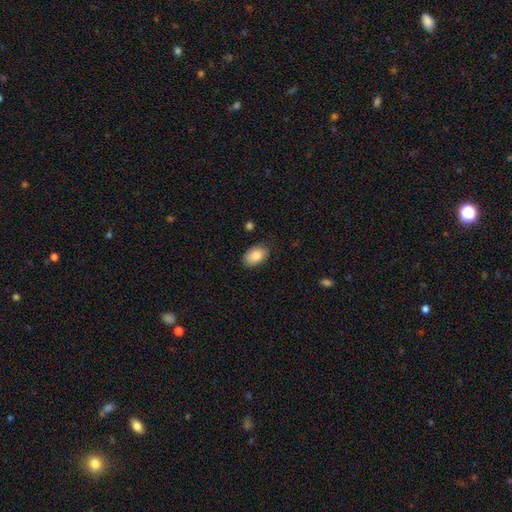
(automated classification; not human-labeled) This appears to be a smooth galaxy with no disk features (87%) that is in between round and cigar-shaped (91%). Merging: none (81%).